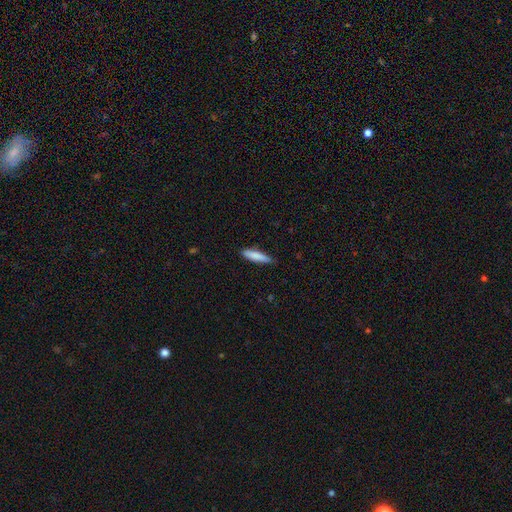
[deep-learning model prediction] smooth_or_featured: smooth (p=0.83) [alt: featured or disk p=0.11]
how_rounded: cigar-shaped (p=0.81) [alt: in between p=0.18]
merging: none (p=0.83) [alt: minor disturbance p=0.14]